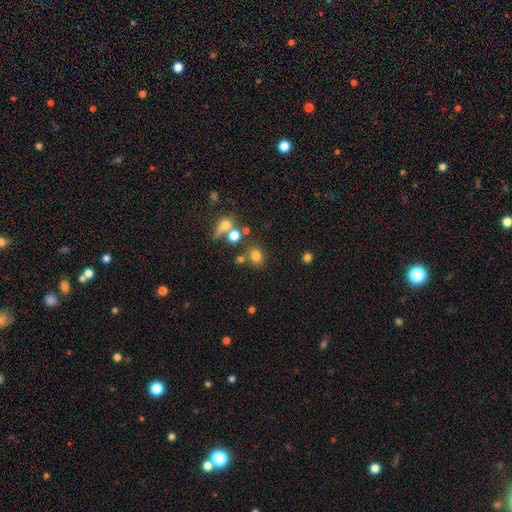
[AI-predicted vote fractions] Morphology: type=smooth (76%); roundness=round (62%); merging=none (66%).